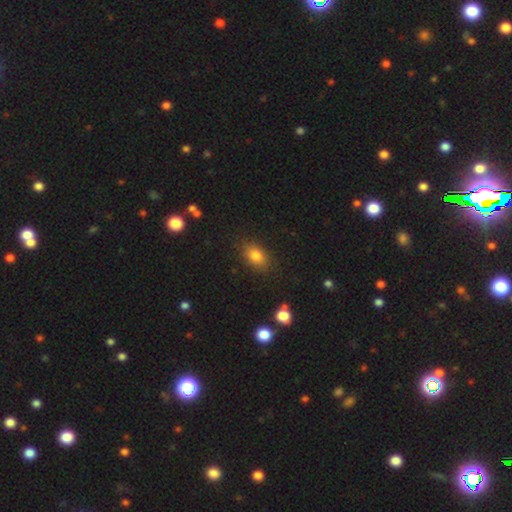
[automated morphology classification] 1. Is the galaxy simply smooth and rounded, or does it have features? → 81% smooth, 11% star or artifact, 8% featured or disk.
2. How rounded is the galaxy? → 79% in between, 19% round, 2% cigar-shaped.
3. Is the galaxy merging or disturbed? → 83% none, 12% minor disturbance, 3% major disturbance, 2% merger.